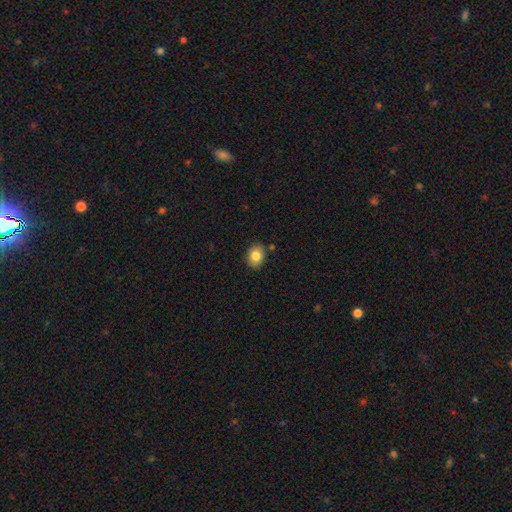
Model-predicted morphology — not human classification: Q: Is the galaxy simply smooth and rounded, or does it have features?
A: smooth — 83%.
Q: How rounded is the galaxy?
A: in between — 56%.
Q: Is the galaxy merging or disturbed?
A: none — 84%.